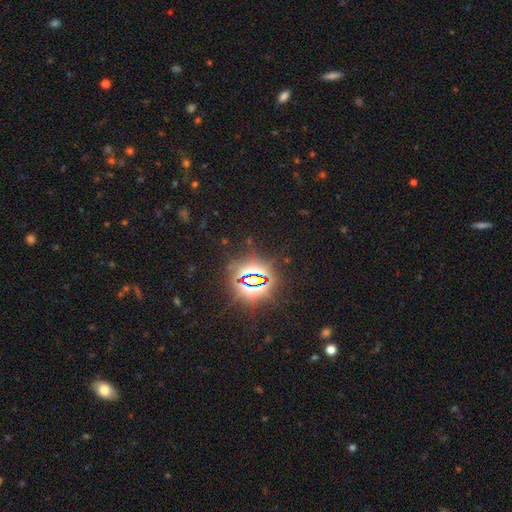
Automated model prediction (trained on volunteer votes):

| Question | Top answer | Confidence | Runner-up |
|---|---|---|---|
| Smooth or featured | star or artifact | 83% | smooth (11%) |